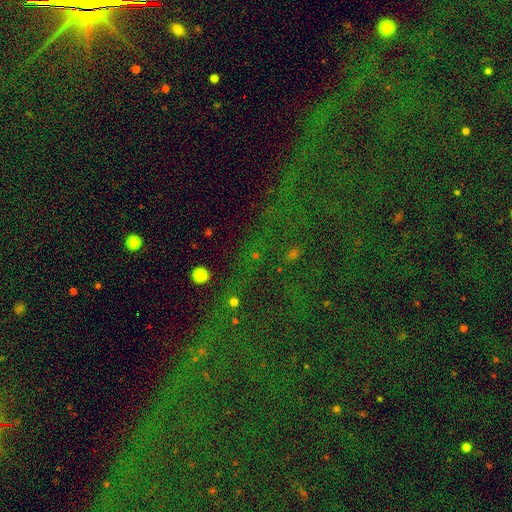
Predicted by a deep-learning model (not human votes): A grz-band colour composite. It shows a star or artifact, not a galaxy (66%).